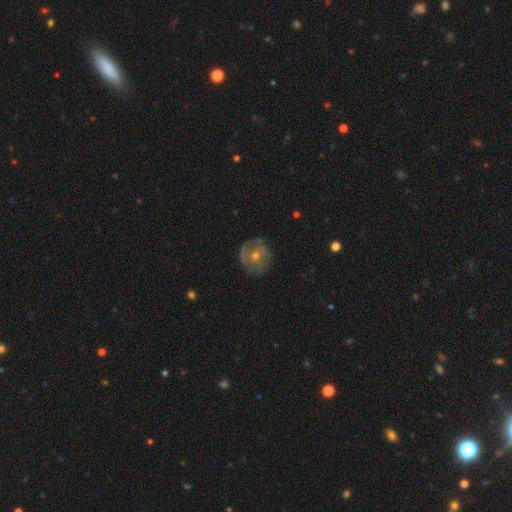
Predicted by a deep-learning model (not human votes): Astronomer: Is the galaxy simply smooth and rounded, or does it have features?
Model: featured or disk — 56% (runner-up: smooth, 34%).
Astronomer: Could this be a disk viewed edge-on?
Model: no — 95%.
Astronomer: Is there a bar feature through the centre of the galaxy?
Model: no — 79%.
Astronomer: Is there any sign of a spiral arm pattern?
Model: no — 52% (runner-up: yes, 48%).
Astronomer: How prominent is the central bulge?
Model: small — 52% (runner-up: moderate, 45%).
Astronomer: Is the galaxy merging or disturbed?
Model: none — 76%.